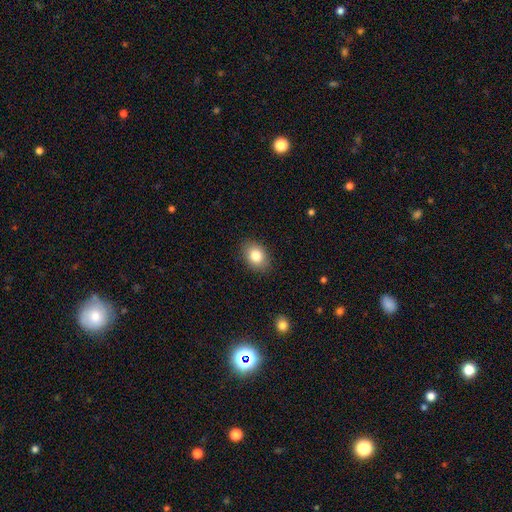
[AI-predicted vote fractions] smooth 82%, featured or disk 9%, star or artifact 9%. Down the decision tree: how rounded — in between (71%); merging — none (87%).